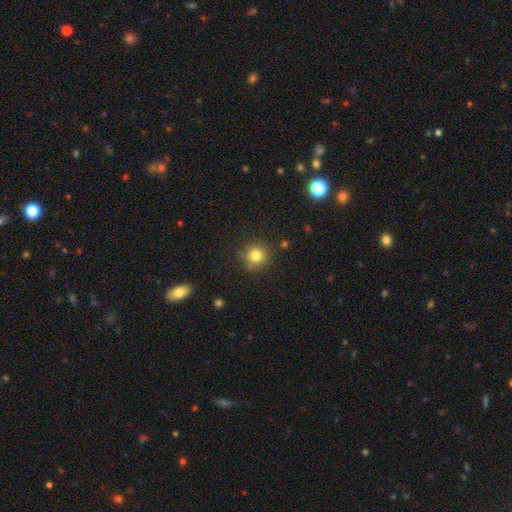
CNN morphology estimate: A smooth galaxy with no disk features (81%) that is round (93%). Merging: none (85%).